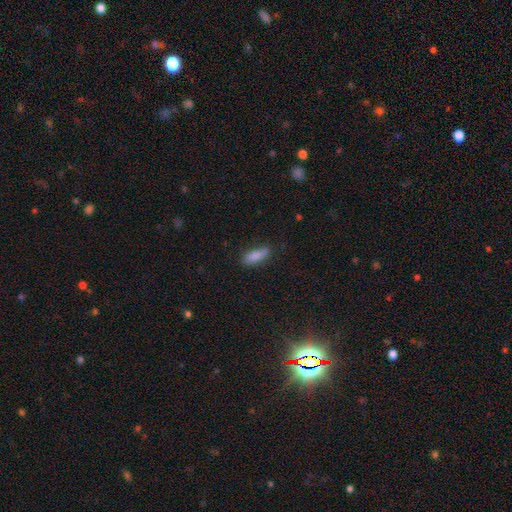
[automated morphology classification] Smooth or featured?
  - smooth: 85% *
  - star or artifact: 7%
  - featured or disk: 7%
How rounded?
  - in between: 64% *
  - cigar-shaped: 33%
  - round: 2%
Merging?
  - none: 73% *
  - minor disturbance: 20%
  - major disturbance: 4%
  - merger: 2%